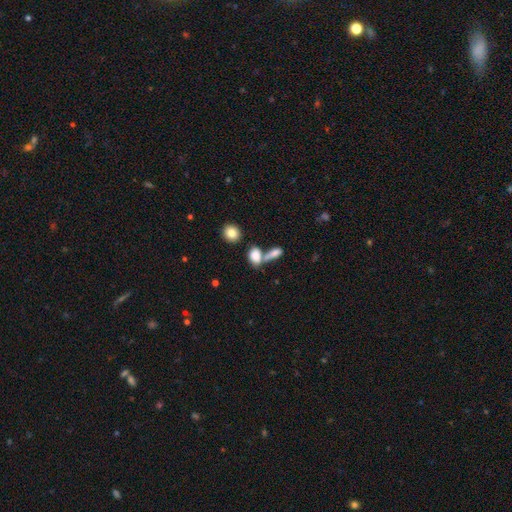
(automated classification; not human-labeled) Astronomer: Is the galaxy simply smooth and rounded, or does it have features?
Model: smooth — 80%.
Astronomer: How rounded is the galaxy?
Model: in between — 73%.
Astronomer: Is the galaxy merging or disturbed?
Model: merger — 44% (runner-up: none, 40%).